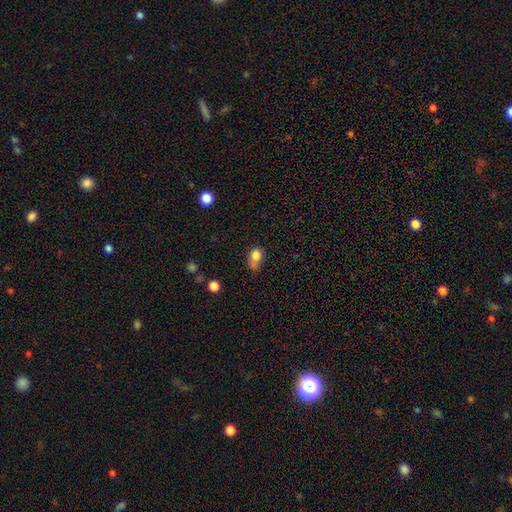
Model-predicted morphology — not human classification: Smooth or featured: smooth — 79% (star or artifact — 11%)
How rounded: in between — 55% (round — 43%)
Merging: none — 37% (minor disturbance — 30%)